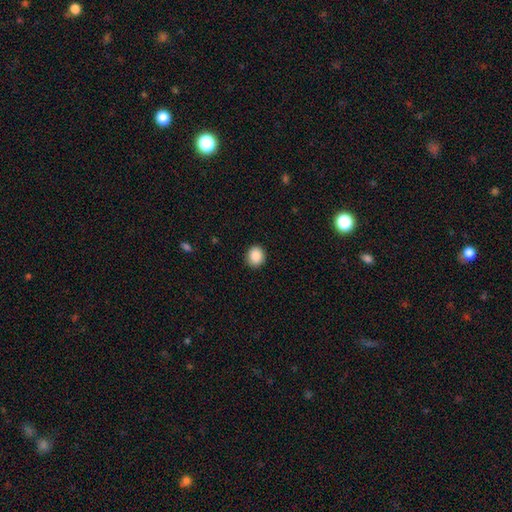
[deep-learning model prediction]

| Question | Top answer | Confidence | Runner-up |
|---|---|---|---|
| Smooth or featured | smooth | 89% | star or artifact (8%) |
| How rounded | round | 74% | in between (25%) |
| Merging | none | 90% | minor disturbance (7%) |